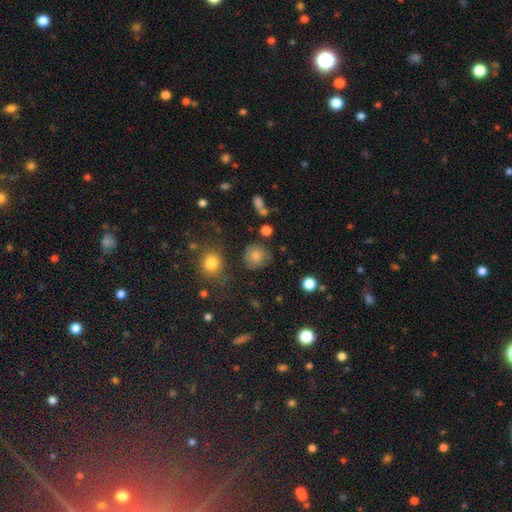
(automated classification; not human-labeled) Smooth or featured: smooth — 77% (star or artifact — 12%)
How rounded: round — 87% (in between — 12%)
Merging: none — 69% (minor disturbance — 19%)